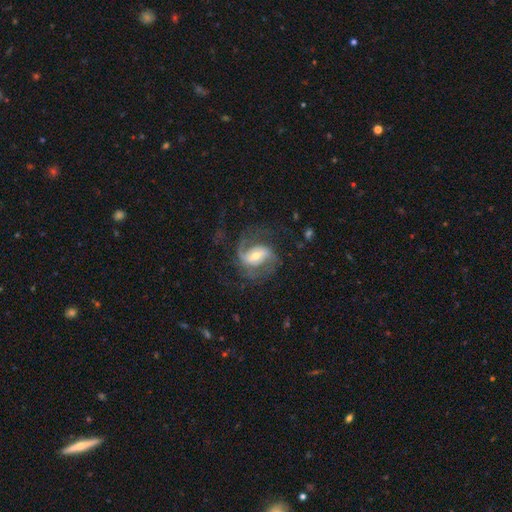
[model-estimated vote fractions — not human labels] Smooth or featured? featured or disk (86%)
Edge-on disk? no (97%)
Bar? weak (44%)
Spiral arms? yes (95%)
Spiral winding? medium (49%)
Spiral arm count? 2 (71%)
Bulge size? moderate (55%)
Merging? none (61%)